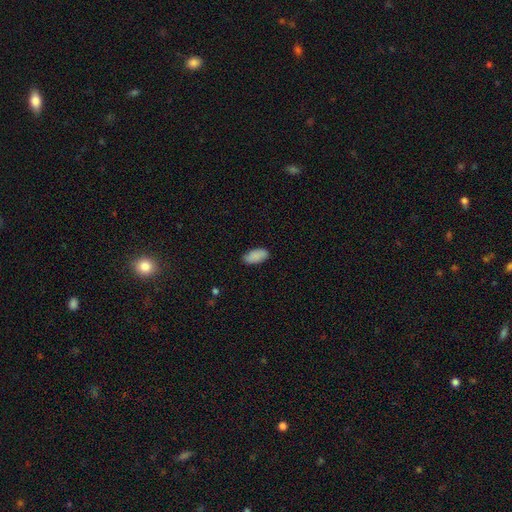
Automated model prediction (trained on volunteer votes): Overall: smooth (88%). How rounded: in between (93%). Merging: none (86%).